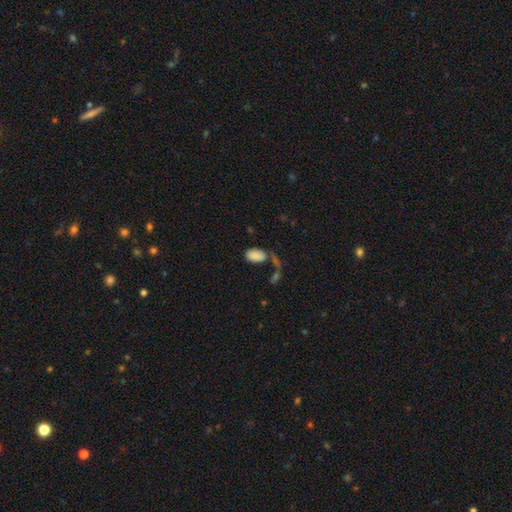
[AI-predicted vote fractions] smooth_or_featured: smooth (p=0.84) [alt: star or artifact p=0.09]
how_rounded: in between (p=0.94) [alt: round p=0.04]
merging: none (p=0.50) [alt: merger p=0.21]